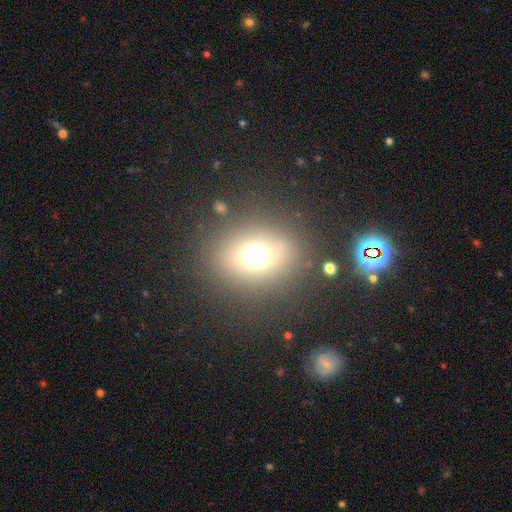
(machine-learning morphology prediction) Smooth or featured? smooth (63%)
How rounded? round (63%)
Merging? none (83%)